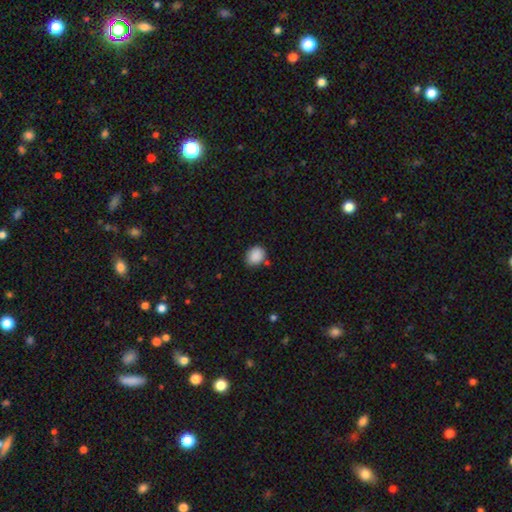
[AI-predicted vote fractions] Overall: smooth (88%). How rounded: round (52%; in between 47%). Merging: none (74%).